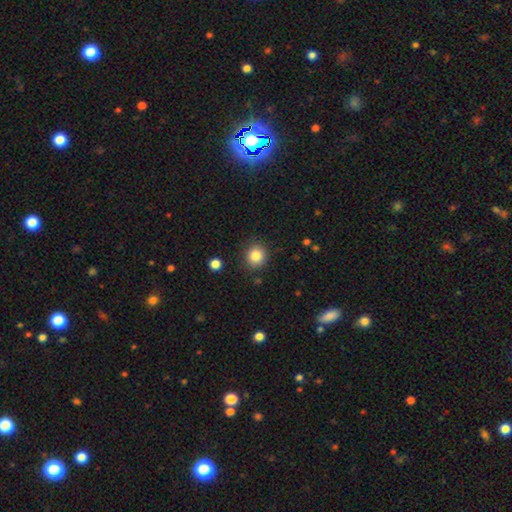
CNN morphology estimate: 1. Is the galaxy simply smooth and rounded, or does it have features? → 83% smooth, 11% star or artifact, 6% featured or disk.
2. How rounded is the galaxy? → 86% round, 13% in between, 1% cigar-shaped.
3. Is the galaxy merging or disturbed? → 87% none, 8% minor disturbance, 2% major disturbance, 2% merger.